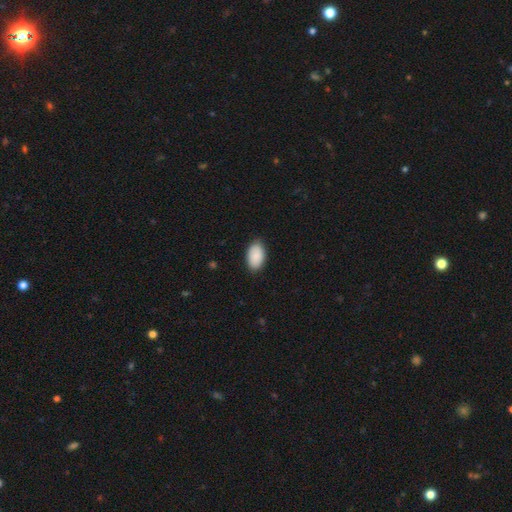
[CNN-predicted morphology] smooth 91%, star or artifact 6%, featured or disk 4%. Down the decision tree: how rounded — in between (95%); merging — none (87%).